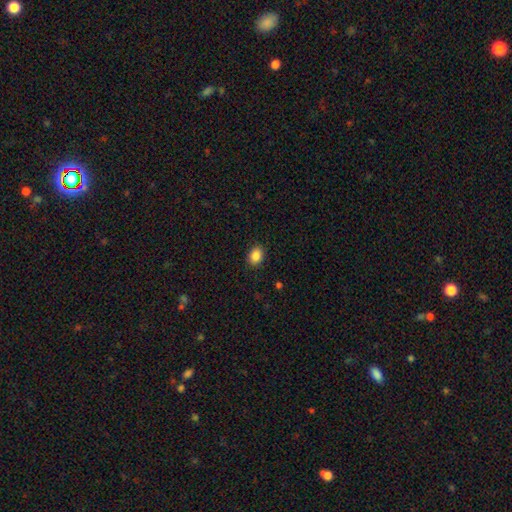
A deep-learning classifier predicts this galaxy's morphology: Overall: smooth (87%). How rounded: in between (60%; round 39%). Merging: none (89%).